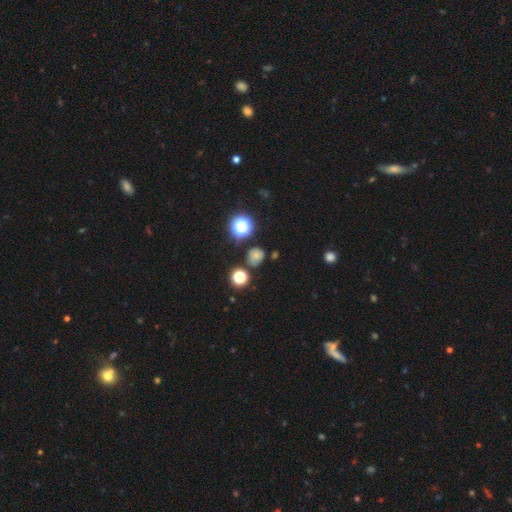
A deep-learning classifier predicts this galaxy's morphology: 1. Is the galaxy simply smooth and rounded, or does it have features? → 62% smooth, 27% star or artifact, 11% featured or disk.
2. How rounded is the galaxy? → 78% round, 21% in between, 1% cigar-shaped.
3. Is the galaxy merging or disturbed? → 73% none, 15% minor disturbance, 6% merger, 5% major disturbance.